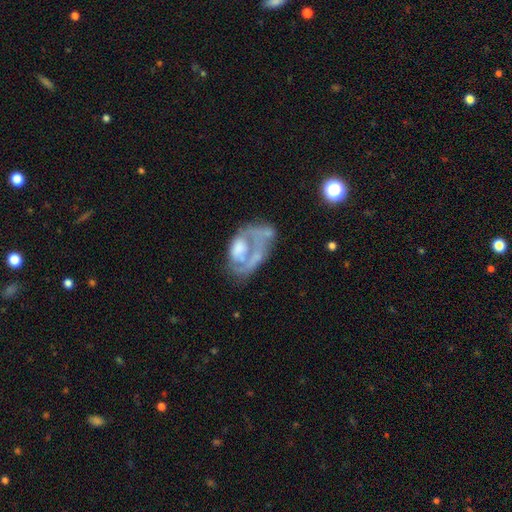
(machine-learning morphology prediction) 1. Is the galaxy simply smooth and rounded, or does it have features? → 66% featured or disk, 26% smooth, 9% star or artifact.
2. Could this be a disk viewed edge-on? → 97% no, 3% yes.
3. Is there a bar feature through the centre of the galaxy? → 86% no, 11% weak, 3% strong.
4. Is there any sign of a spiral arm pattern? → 68% no, 32% yes.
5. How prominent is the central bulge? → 39% none, 29% moderate, 17% large, 12% small, 3% dominant.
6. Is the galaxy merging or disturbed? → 38% major disturbance, 33% none, 19% minor disturbance, 11% merger.